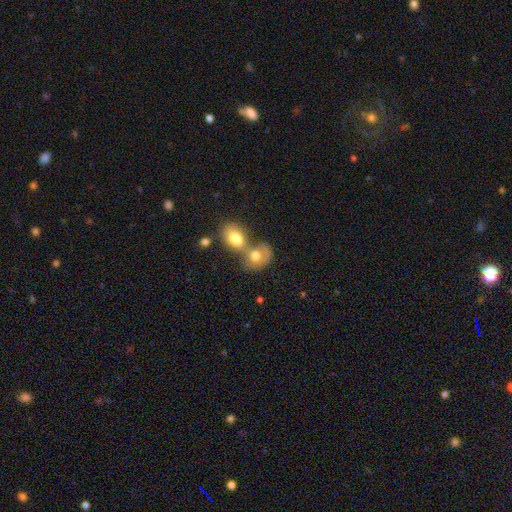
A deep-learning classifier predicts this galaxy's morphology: Q: Smooth or featured?
A: smooth (70%); runner-up: featured or disk (22%)
Q: How rounded?
A: in between (60%); runner-up: round (39%)
Q: Merging?
A: merger (67%); runner-up: none (18%)